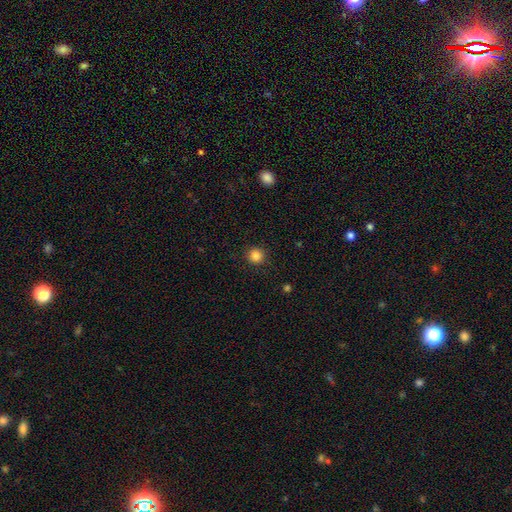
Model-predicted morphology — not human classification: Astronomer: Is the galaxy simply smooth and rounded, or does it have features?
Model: smooth — 85%.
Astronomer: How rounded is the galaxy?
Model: round — 94%.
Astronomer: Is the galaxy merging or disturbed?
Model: none — 91%.